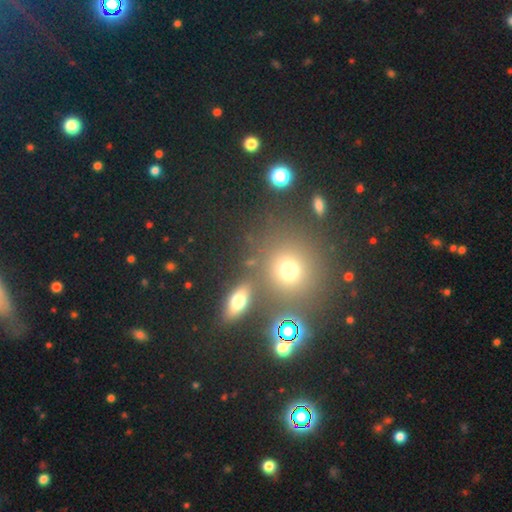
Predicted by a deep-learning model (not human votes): A smooth galaxy with no disk features (50%) that is round (83%).

Vote fractions:
- Smooth or featured? smooth: 50% / star or artifact: 40% / featured or disk: 10%
- How rounded? round: 83% / in between: 15% / cigar-shaped: 2%
- Merging? none: 77% / merger: 11% / minor disturbance: 9% / major disturbance: 4%